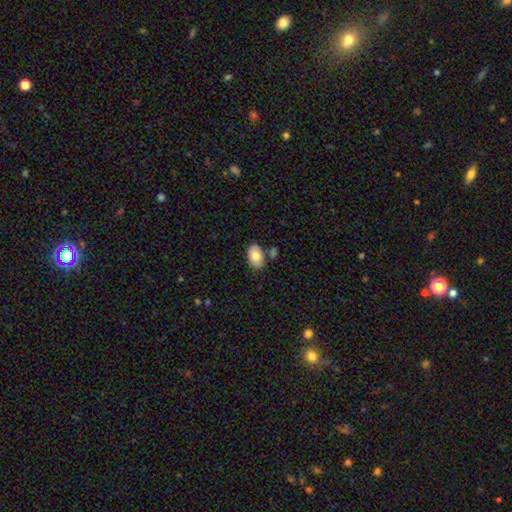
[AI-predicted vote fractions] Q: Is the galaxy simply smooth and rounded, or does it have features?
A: smooth — 80%.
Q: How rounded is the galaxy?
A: in between — 91%.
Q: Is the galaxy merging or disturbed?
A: none — 76%.